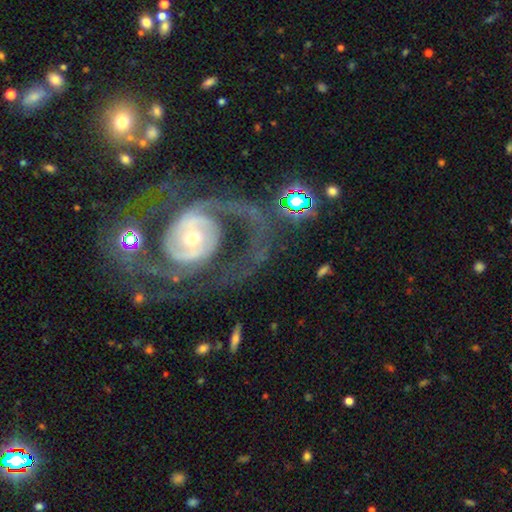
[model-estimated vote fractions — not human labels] Overall: featured or disk (85%). Edge-on disk: no (97%). Bar: no (52%; weak 30%). Spiral arms: yes (90%). Spiral arm count: 2 (71%). Spiral winding: medium (43%; tight 30%). Bulge size: moderate (47%; small 45%). Merging: none (53%; major disturbance 28%).